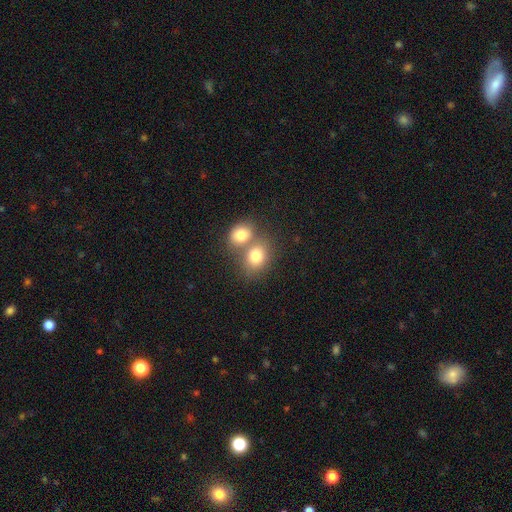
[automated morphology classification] This is likely a smooth galaxy (78%). How rounded: possibly round (57%). Merging: possibly merger (52%).